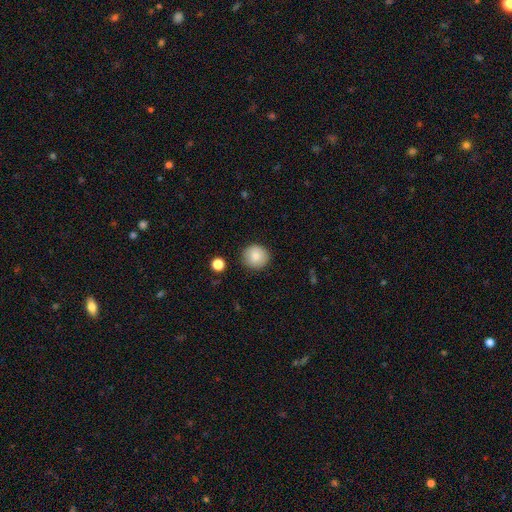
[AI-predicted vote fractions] Q: Smooth or featured?
A: smooth (86%); runner-up: star or artifact (8%)
Q: How rounded?
A: round (92%); runner-up: in between (7%)
Q: Merging?
A: none (88%); runner-up: minor disturbance (8%)